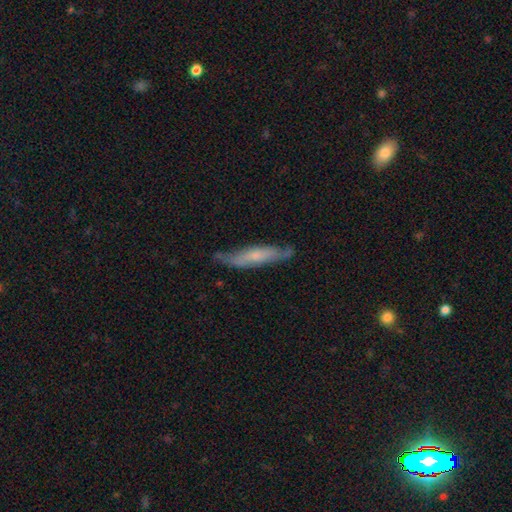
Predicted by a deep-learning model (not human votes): smooth_or_featured: smooth (p=0.48) [alt: featured or disk p=0.46]
merging: none (p=0.70) [alt: minor disturbance p=0.23]